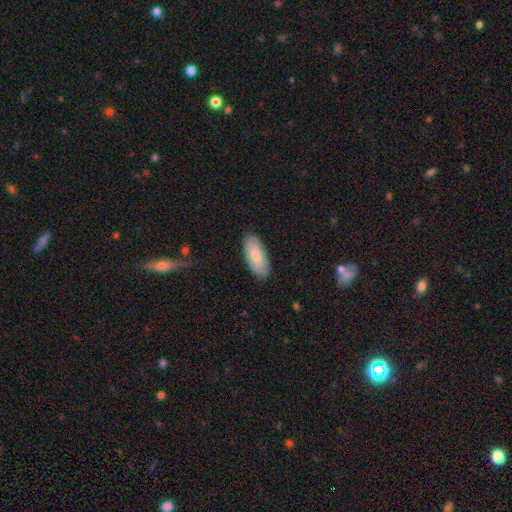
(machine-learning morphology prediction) Smooth or featured: smooth — 80% (featured or disk — 15%)
How rounded: in between — 88% (cigar-shaped — 11%)
Merging: none — 87% (minor disturbance — 10%)